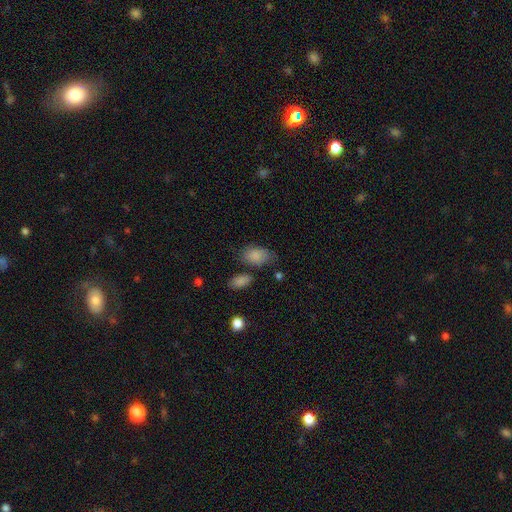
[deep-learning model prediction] smooth-or-featured: smooth: 86% | star or artifact: 7% | featured or disk: 7%
  how-rounded: in between: 91% | round: 7% | cigar-shaped: 2%
  merging: none: 63% | minor disturbance: 21% | merger: 9% | major disturbance: 7%